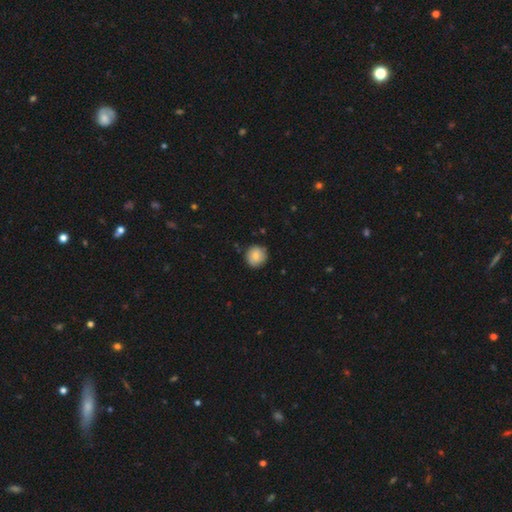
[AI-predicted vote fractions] Smooth or featured? smooth (80%)
How rounded? round (92%)
Merging? none (84%)